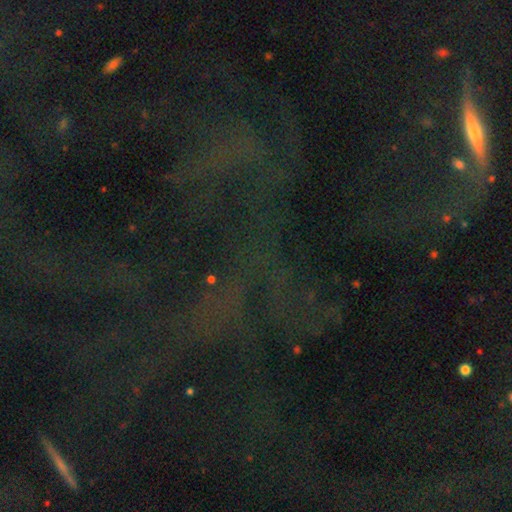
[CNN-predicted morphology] A star or artifact, not a galaxy (70%).

Vote fractions:
- Smooth or featured? star or artifact: 70% / featured or disk: 17% / smooth: 13%